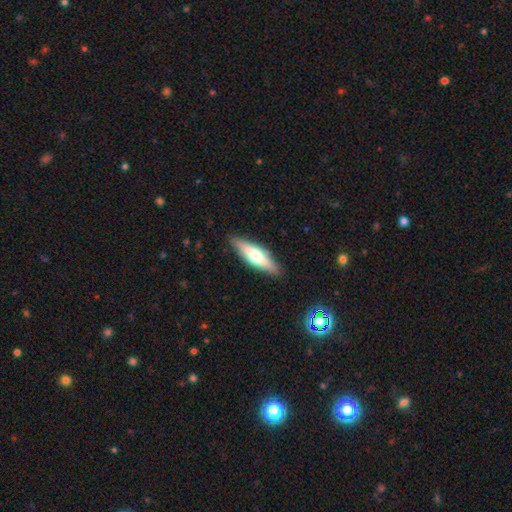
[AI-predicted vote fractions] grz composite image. It shows a smooth galaxy with no disk features (54%) that is cigar-shaped (61%). Merging: none (88%).